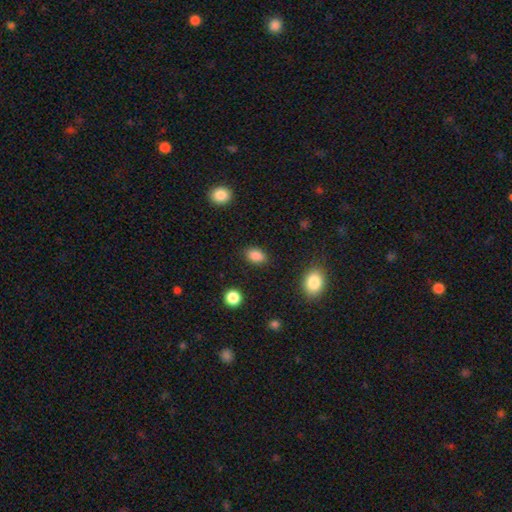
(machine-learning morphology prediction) Smooth or featured: smooth — 87% (star or artifact — 9%)
How rounded: in between — 83% (round — 16%)
Merging: none — 86% (minor disturbance — 10%)